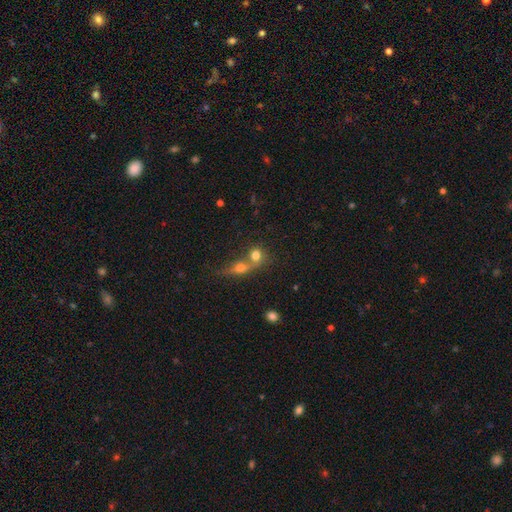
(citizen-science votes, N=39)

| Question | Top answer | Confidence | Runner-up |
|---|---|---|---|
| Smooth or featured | smooth | 79% | featured or disk (13%) |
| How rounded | round | 77% | in between (23%) |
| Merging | merger | 58% | none (36%) |